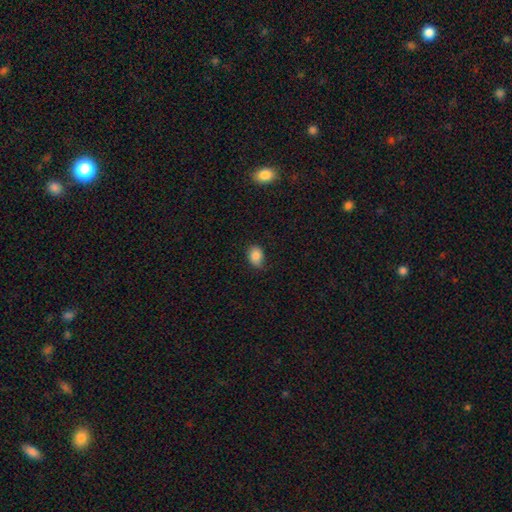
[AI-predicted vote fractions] Overall: smooth (85%). How rounded: in between (69%; round 30%). Merging: none (70%).